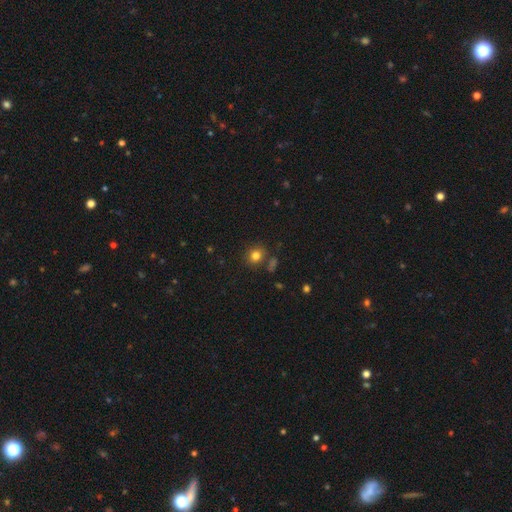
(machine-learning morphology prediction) Overall: smooth (80%). How rounded: round (79%). Merging: none (80%).